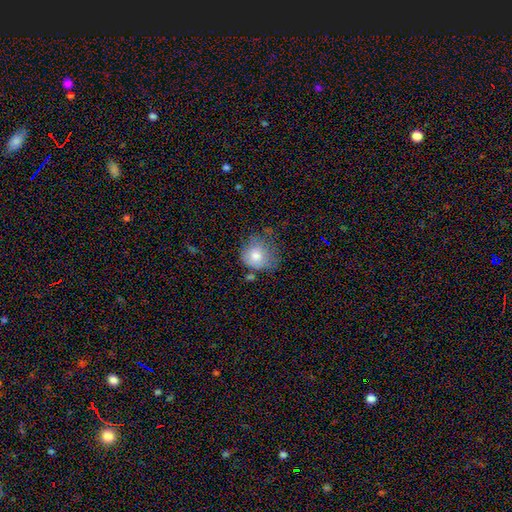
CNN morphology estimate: This appears to be a smooth galaxy with no disk features (76%) that is round (78%). Merging: none (44%).